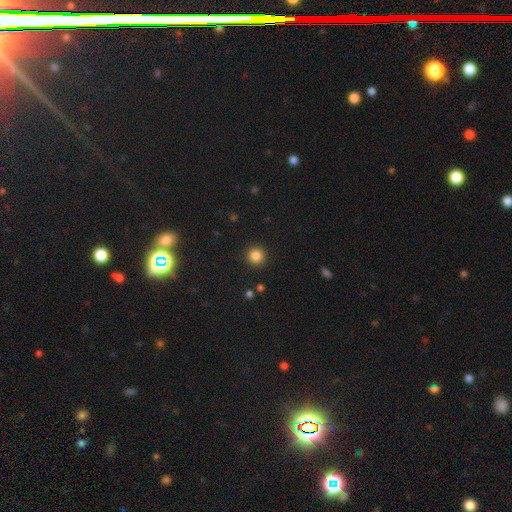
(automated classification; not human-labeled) Overall: smooth (85%). How rounded: round (95%). Merging: none (92%).